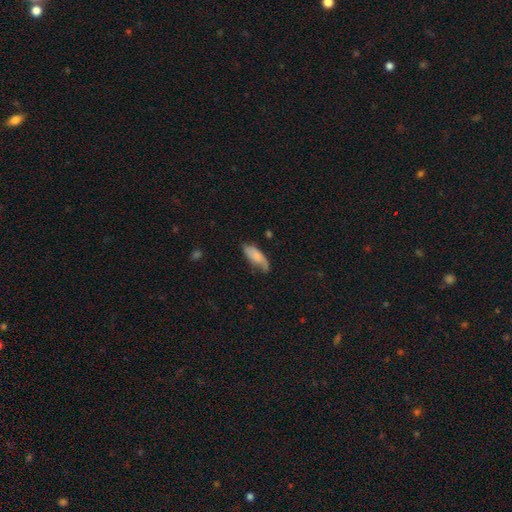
smooth_or_featured: smooth (p=0.82) [alt: featured or disk p=0.13]
how_rounded: in between (p=0.75) [alt: cigar-shaped p=0.25]
merging: minor disturbance (p=0.49) [alt: none p=0.43]